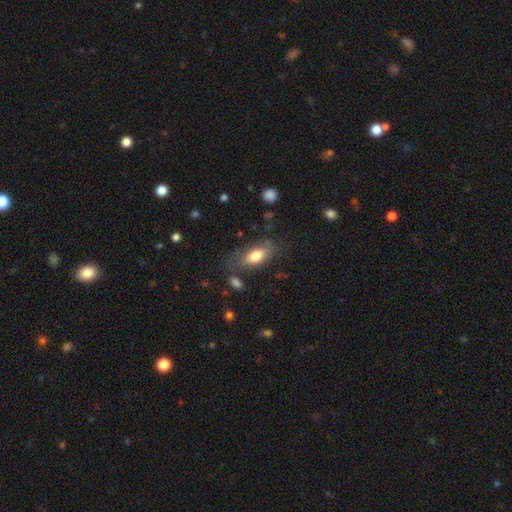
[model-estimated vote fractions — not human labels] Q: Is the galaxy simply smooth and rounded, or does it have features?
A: smooth — 74%.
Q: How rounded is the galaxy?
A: in between — 83%.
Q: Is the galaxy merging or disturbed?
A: none — 66%.